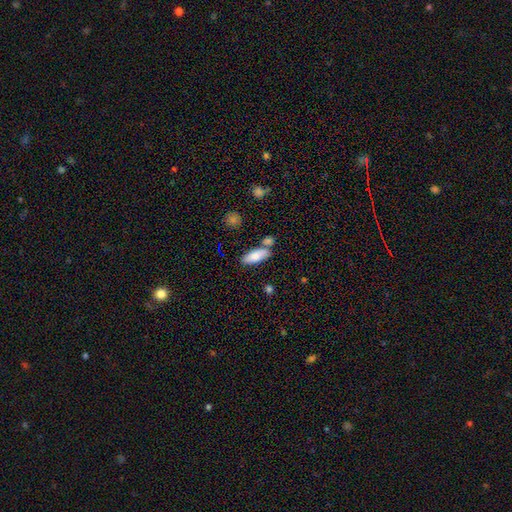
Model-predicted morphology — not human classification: smooth_or_featured: smooth (p=0.81) [alt: featured or disk p=0.13]
how_rounded: in between (p=0.72) [alt: cigar-shaped p=0.25]
merging: none (p=0.68) [alt: merger p=0.15]